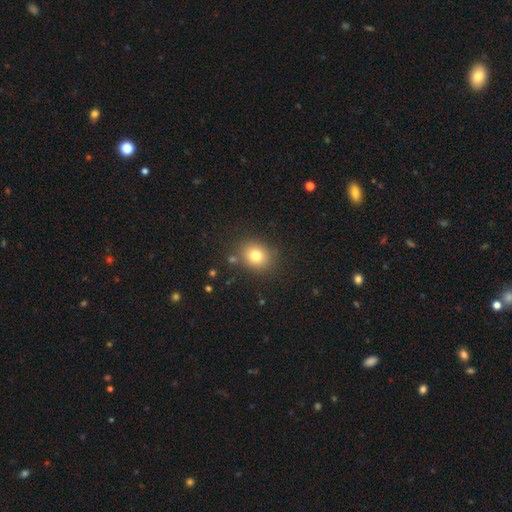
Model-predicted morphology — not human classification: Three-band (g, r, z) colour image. It shows a smooth galaxy with no disk features (78%) that is round (72%). Merging: none (83%).